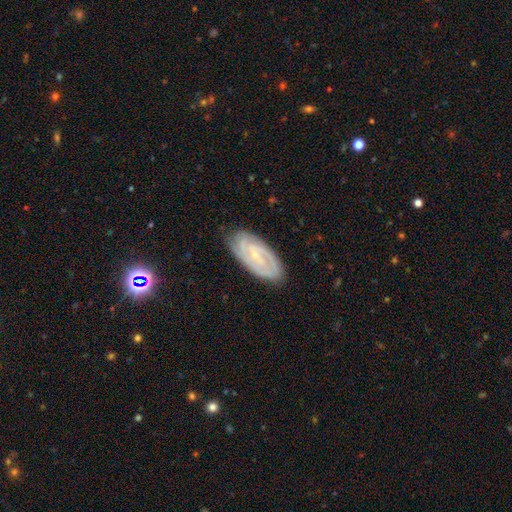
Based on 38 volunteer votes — A featured or disk galaxy (82%) with no bar (46%), 2 (43%) tight (89%) spiral arms (100%) and a small central bulge (86%).

Vote fractions:
- Smooth or featured? featured or disk: 82% / smooth: 18% / star or artifact: 0%
- Edge-on disk? no: 90% / yes: 10%
- Bar? no: 46% / weak: 39% / strong: 14%
- Spiral arms? yes: 100% / no: 0%
- Spiral winding? tight: 89% / medium: 7% / loose: 4%
- Spiral arm count? 2: 43% / can't tell: 29% / 3: 14% / 4: 11% / 1: 4% / more than 4: 0%
- Bulge size? small: 86% / moderate: 7% / none: 7% / dominant: 0% / large: 0%
- Merging? none: 63% / minor disturbance: 24% / major disturbance: 11% / merger: 3%